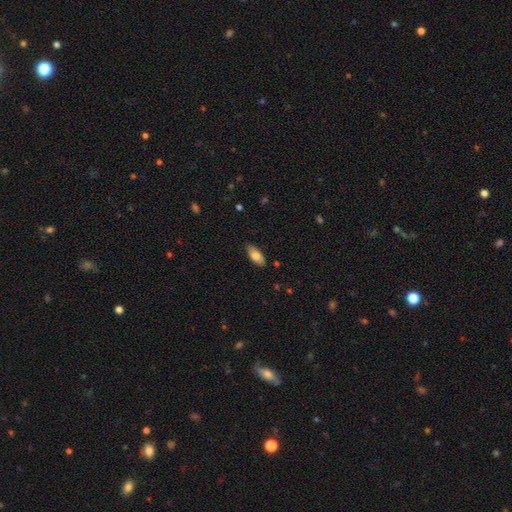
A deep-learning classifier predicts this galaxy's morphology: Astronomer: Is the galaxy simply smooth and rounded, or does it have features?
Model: smooth — 79%.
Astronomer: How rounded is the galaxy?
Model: in between — 85%.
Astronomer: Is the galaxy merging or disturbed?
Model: none — 85%.